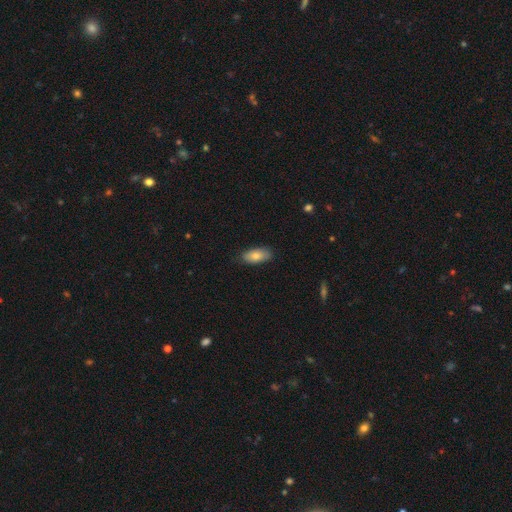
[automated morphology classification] This appears to be a smooth galaxy with no disk features (76%) that is in between round and cigar-shaped (86%). Merging: none (84%).